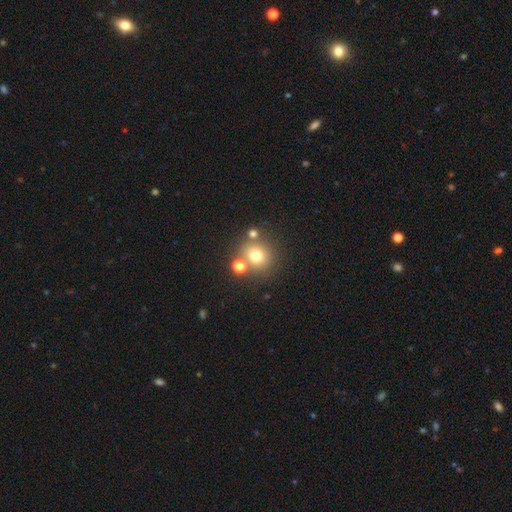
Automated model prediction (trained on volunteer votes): A smooth galaxy with no disk features (73%) that is round (88%). Merging: none (70%).